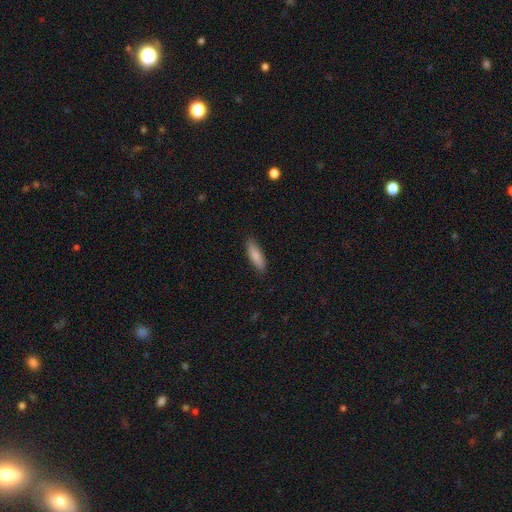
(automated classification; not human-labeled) smooth-or-featured: smooth: 85% | featured or disk: 9% | star or artifact: 6%
  how-rounded: in between: 49% (tied) | cigar-shaped: 49% (tied) | round: 2%
  merging: none: 87% | minor disturbance: 10% | major disturbance: 2% | merger: 1%